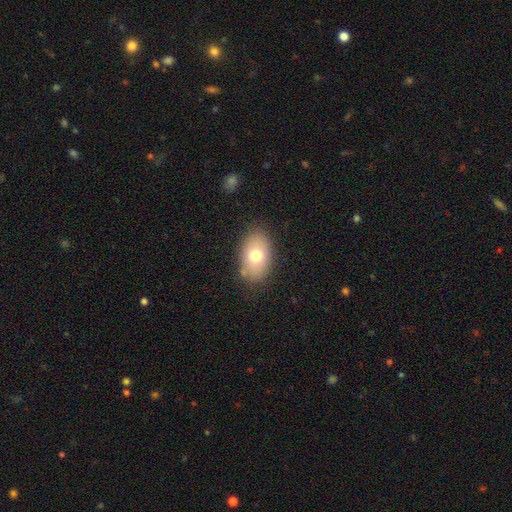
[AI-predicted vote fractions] Smooth or featured? smooth (72%)
How rounded? in between (87%)
Merging? none (81%)